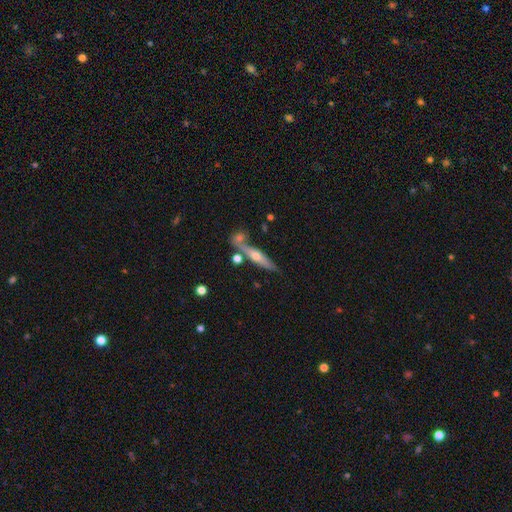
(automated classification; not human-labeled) smooth-or-featured: featured or disk: 60% | smooth: 34% | star or artifact: 6%
  disk-edge-on: yes: 91% | no: 9%
    edge-on-bulge: rounded: 88% | none: 8% | boxy: 4%
  merging: none: 67% | merger: 16% | minor disturbance: 13% | major disturbance: 4%